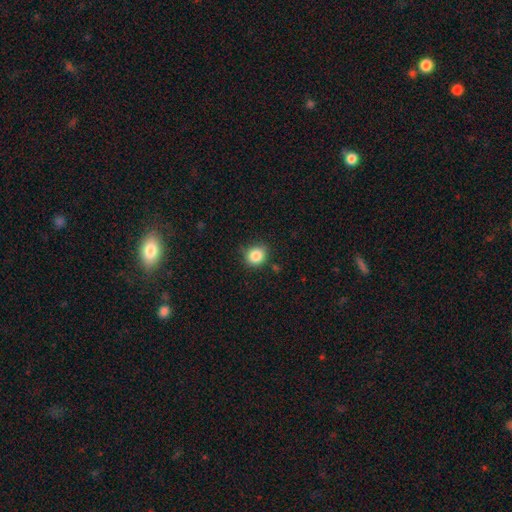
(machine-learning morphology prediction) This appears to be a smooth galaxy with no disk features (85%) that is round (78%). Merging: none (79%).